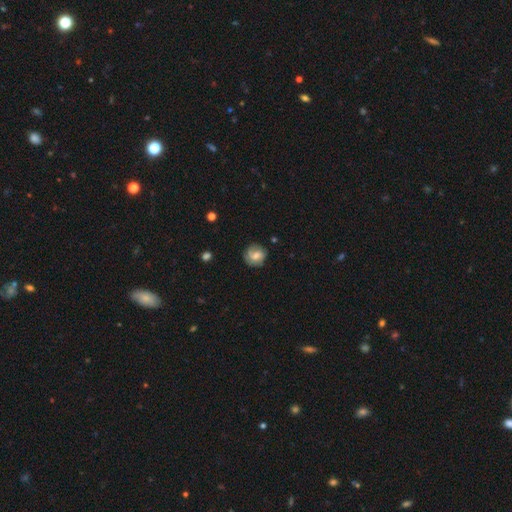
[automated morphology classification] smooth-or-featured: smooth: 55% | featured or disk: 37% | star or artifact: 8%
  how-rounded: round: 84% | in between: 15% | cigar-shaped: 1%
  merging: none: 73% | minor disturbance: 20% | major disturbance: 6% | merger: 2%